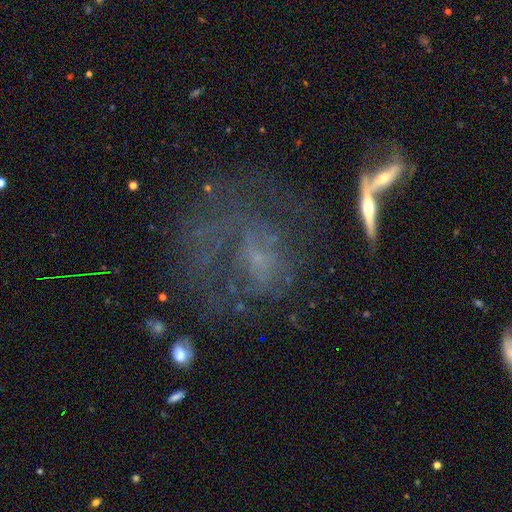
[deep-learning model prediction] Q: Smooth or featured?
A: featured or disk (57%); runner-up: star or artifact (22%)
Q: Edge-on disk?
A: no (95%); runner-up: yes (5%)
Q: Bar?
A: no (69%); runner-up: weak (23%)
Q: Spiral arms?
A: no (51%); runner-up: yes (49%)
Q: Bulge size?
A: small (42%); runner-up: none (41%)
Q: Merging?
A: none (40%); runner-up: major disturbance (34%)